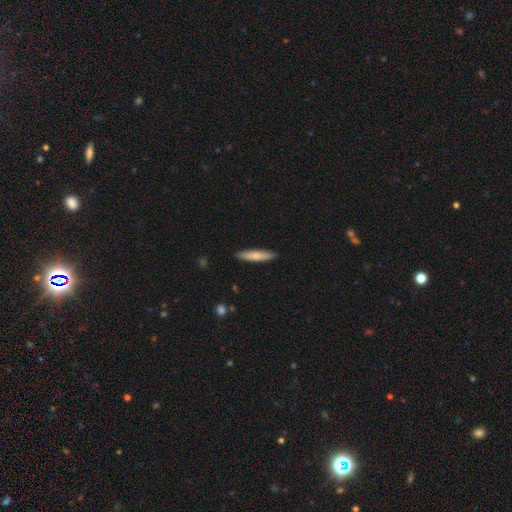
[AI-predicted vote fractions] smooth_or_featured: smooth (p=0.72) [alt: featured or disk p=0.23]
how_rounded: cigar-shaped (p=0.86) [alt: in between p=0.12]
merging: none (p=0.89) [alt: minor disturbance p=0.08]